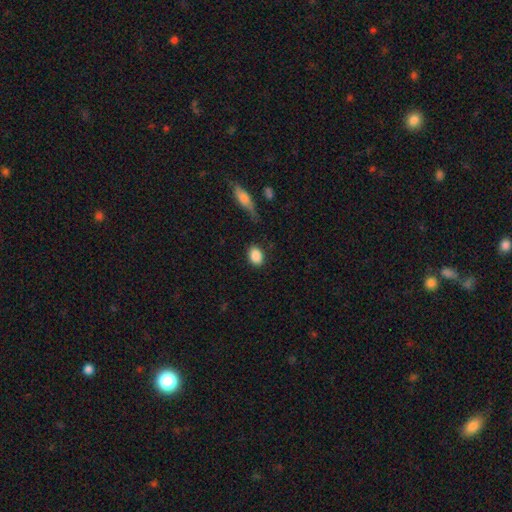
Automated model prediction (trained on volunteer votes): smooth 88%, star or artifact 7%, featured or disk 5%. Down the decision tree: how rounded — in between (70%); merging — none (84%).